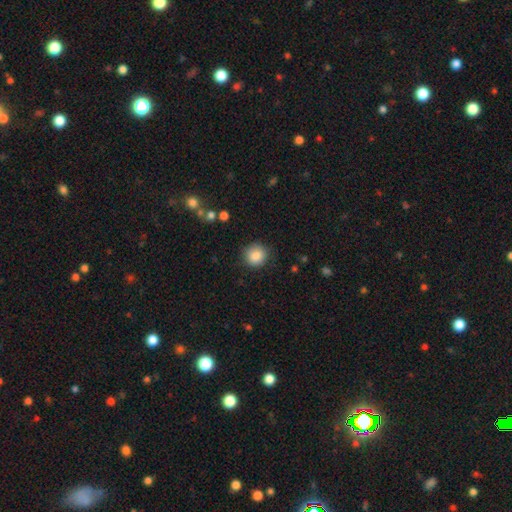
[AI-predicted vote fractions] Overall: smooth (87%). How rounded: round (87%). Merging: none (85%).